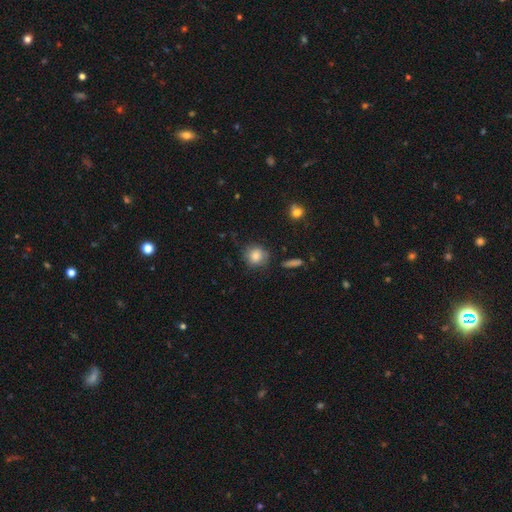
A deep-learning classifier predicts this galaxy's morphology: smooth_or_featured: smooth (p=0.82) [alt: star or artifact p=0.09]
how_rounded: round (p=0.86) [alt: in between p=0.13]
merging: none (p=0.77) [alt: minor disturbance p=0.16]